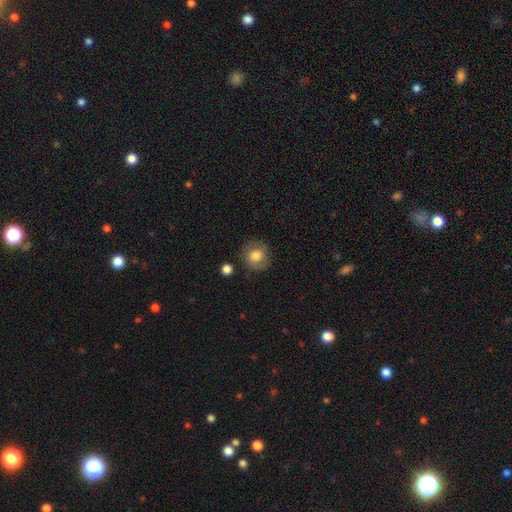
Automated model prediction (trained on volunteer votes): A smooth galaxy with no disk features (75%) that is round (87%). Merging: none (81%).